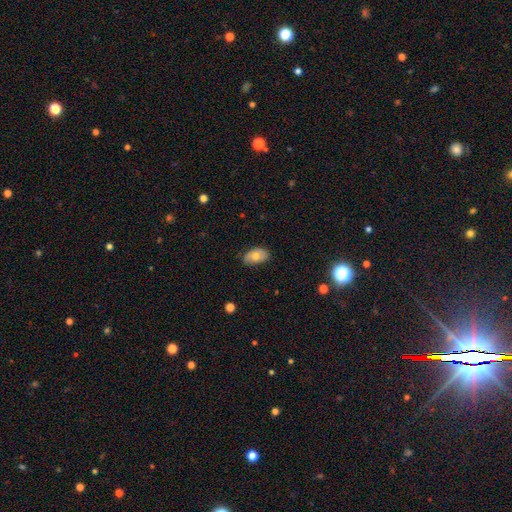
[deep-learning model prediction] A smooth galaxy with no disk features (72%) that is in between round and cigar-shaped (92%). Merging: none (74%).